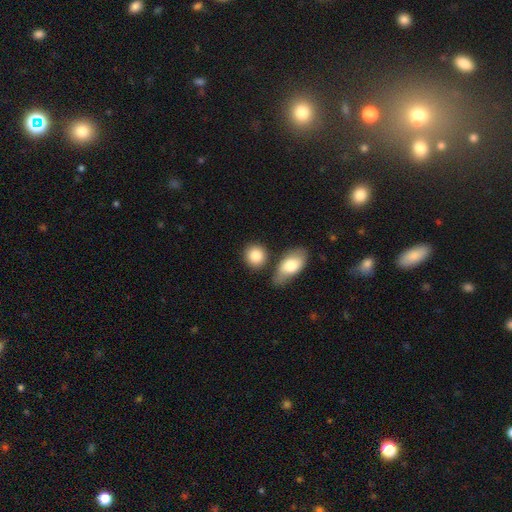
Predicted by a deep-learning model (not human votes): This appears to be a smooth galaxy with no disk features (84%) that is round (75%). Merging: none (70%).